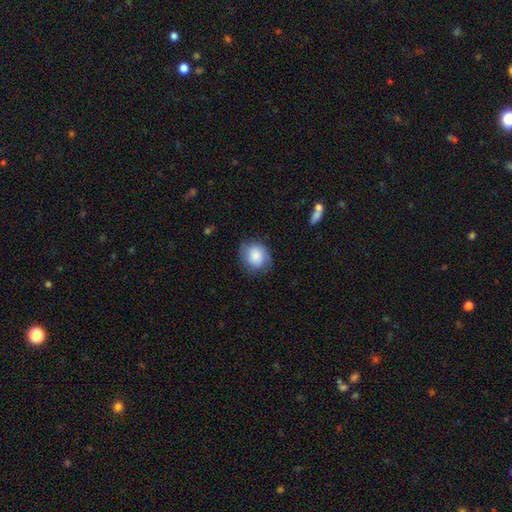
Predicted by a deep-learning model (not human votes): smooth-or-featured: smooth: 77% | featured or disk: 16% | star or artifact: 8%
  how-rounded: round: 70% | in between: 30% | cigar-shaped: 1%
  merging: none: 76% | minor disturbance: 17% | major disturbance: 5% | merger: 1%